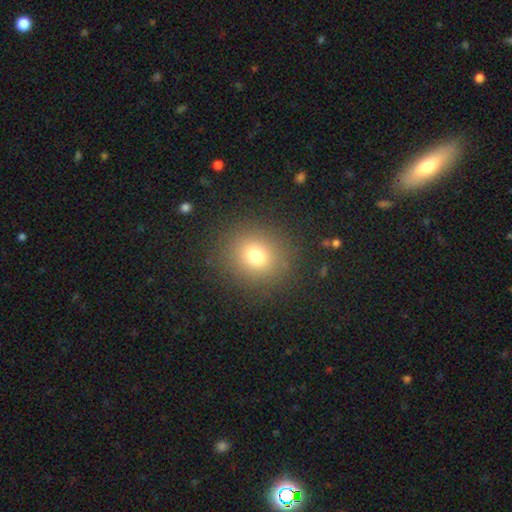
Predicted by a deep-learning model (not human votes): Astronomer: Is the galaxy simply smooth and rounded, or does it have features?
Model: smooth — 74%.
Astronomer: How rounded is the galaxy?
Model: round — 87%.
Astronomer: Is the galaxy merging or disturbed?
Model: none — 88%.